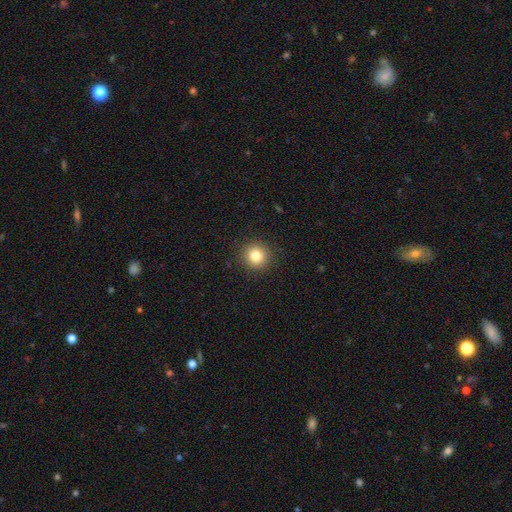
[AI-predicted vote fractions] Smooth or featured?
  - smooth: 82% *
  - star or artifact: 11%
  - featured or disk: 6%
How rounded?
  - round: 93% *
  - in between: 6%
  - cigar-shaped: 1%
Merging?
  - none: 92% *
  - minor disturbance: 5%
  - major disturbance: 2%
  - merger: 1%